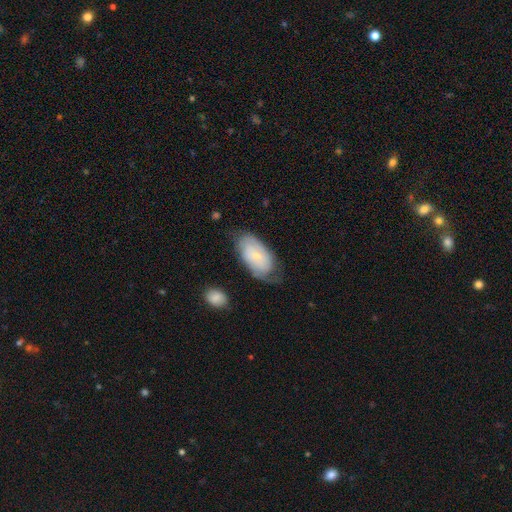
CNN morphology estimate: A smooth galaxy with no disk features (53%) that is in between round and cigar-shaped (94%). Merging: none (56%).